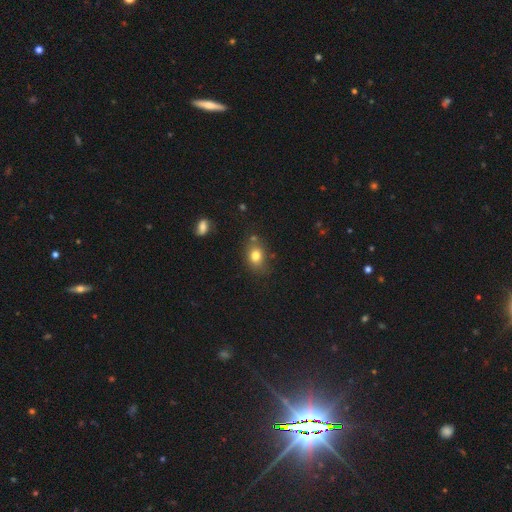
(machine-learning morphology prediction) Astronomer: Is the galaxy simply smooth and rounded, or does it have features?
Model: smooth — 79%.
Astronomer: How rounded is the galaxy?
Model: in between — 57% (runner-up: round, 41%).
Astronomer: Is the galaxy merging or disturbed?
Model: none — 72%.